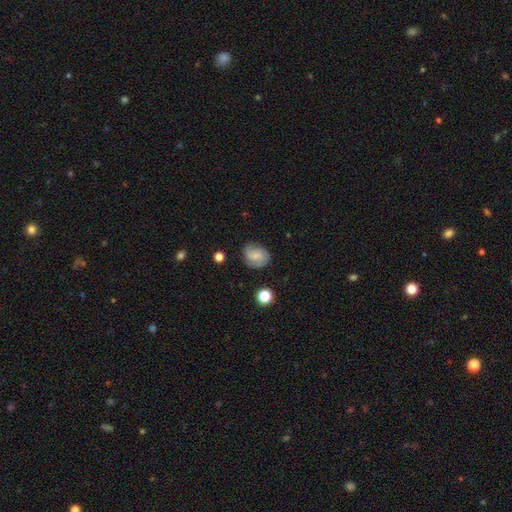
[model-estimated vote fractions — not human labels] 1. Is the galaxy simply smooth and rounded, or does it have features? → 46% featured or disk, 45% smooth, 9% star or artifact.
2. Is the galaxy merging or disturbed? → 73% none, 19% minor disturbance, 6% major disturbance, 2% merger.